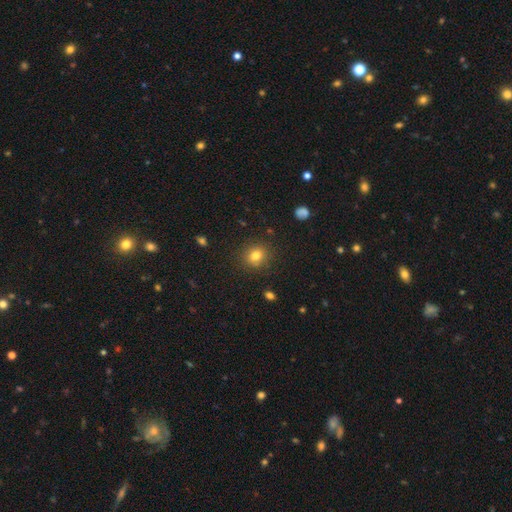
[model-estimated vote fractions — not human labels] Overall: smooth (80%). How rounded: round (74%). Merging: none (86%).